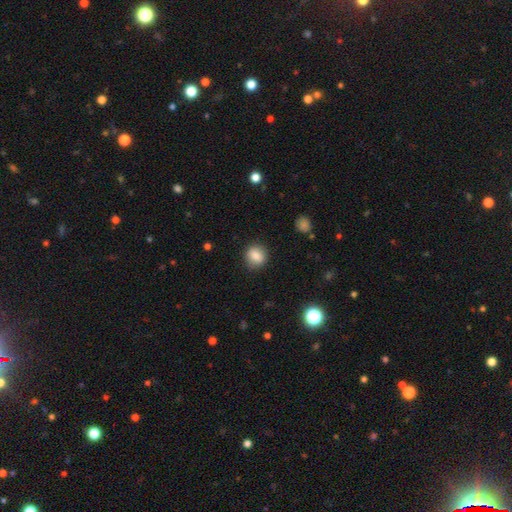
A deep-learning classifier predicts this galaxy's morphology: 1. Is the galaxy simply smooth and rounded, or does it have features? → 85% smooth, 9% star or artifact, 6% featured or disk.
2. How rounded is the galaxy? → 76% round, 23% in between, 1% cigar-shaped.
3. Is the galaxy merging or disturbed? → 87% none, 9% minor disturbance, 3% major disturbance, 1% merger.